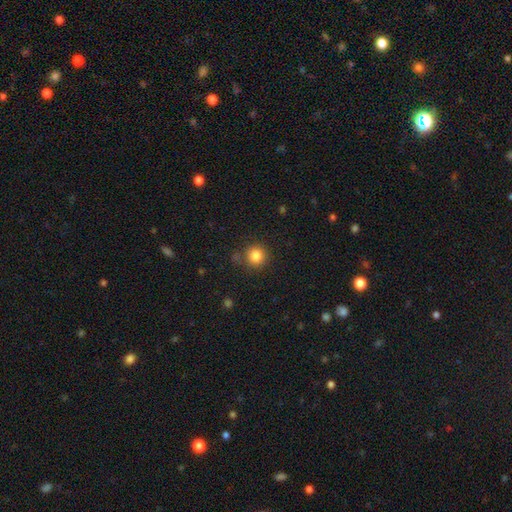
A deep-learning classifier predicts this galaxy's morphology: Smooth or featured: smooth — 84% (star or artifact — 11%)
How rounded: round — 93% (in between — 6%)
Merging: none — 84% (minor disturbance — 9%)